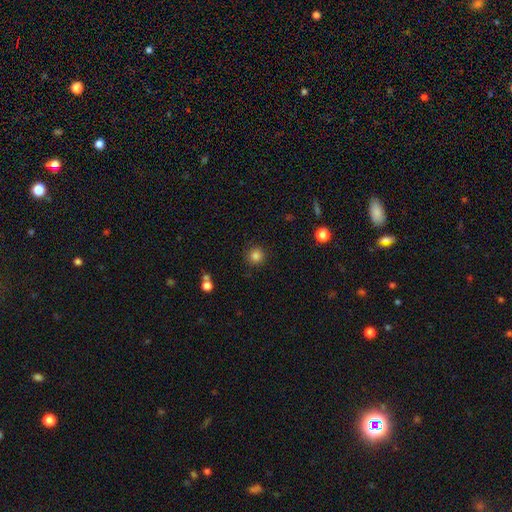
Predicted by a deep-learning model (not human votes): smooth_or_featured: smooth (p=0.84) [alt: star or artifact p=0.12]
how_rounded: round (p=0.93) [alt: in between p=0.06]
merging: none (p=0.90) [alt: minor disturbance p=0.07]